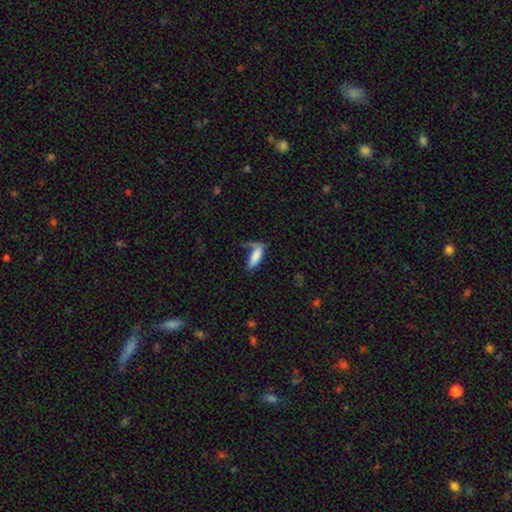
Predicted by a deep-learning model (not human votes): Smooth or featured? smooth (79%)
How rounded? in between (51%)
Merging? none (40%)